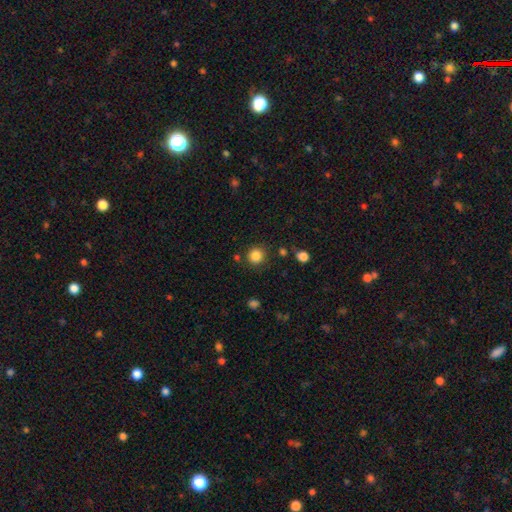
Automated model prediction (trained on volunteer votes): smooth_or_featured: smooth (p=0.84) [alt: star or artifact p=0.11]
how_rounded: round (p=0.92) [alt: in between p=0.07]
merging: none (p=0.87) [alt: minor disturbance p=0.07]